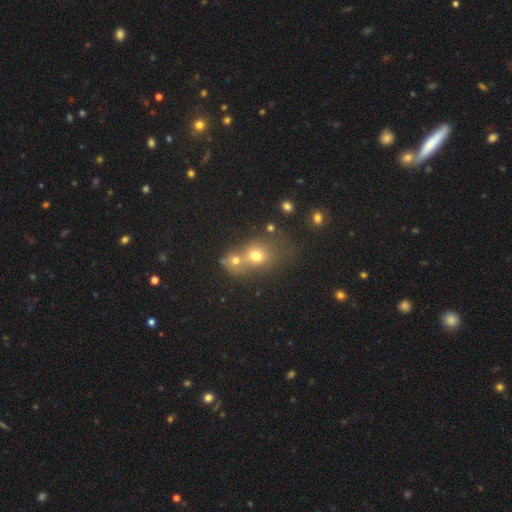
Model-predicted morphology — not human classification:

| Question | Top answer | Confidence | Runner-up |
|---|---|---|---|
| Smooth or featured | smooth | 67% | star or artifact (17%) |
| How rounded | round | 64% | in between (35%) |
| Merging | merger | 57% | none (28%) |